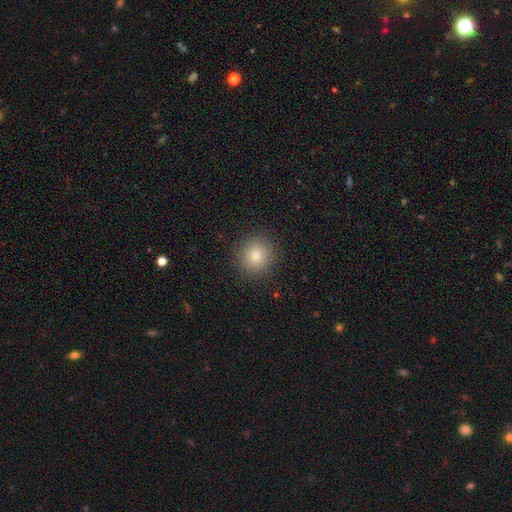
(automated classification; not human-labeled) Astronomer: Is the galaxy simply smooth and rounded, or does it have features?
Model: smooth — 83%.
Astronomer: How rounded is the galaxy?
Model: round — 92%.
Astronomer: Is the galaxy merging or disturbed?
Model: none — 90%.